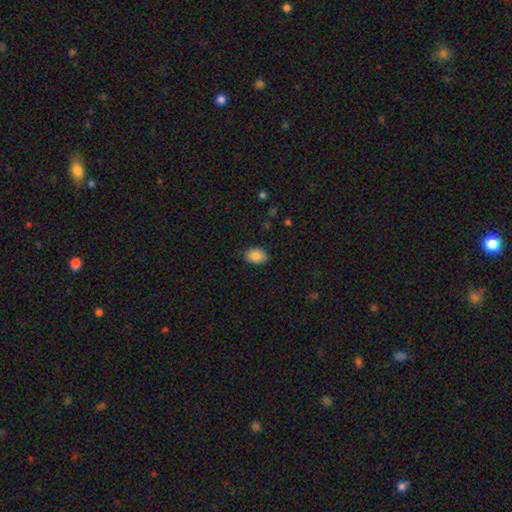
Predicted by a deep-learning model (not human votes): Smooth or featured? smooth (87%)
How rounded? in between (85%)
Merging? none (86%)